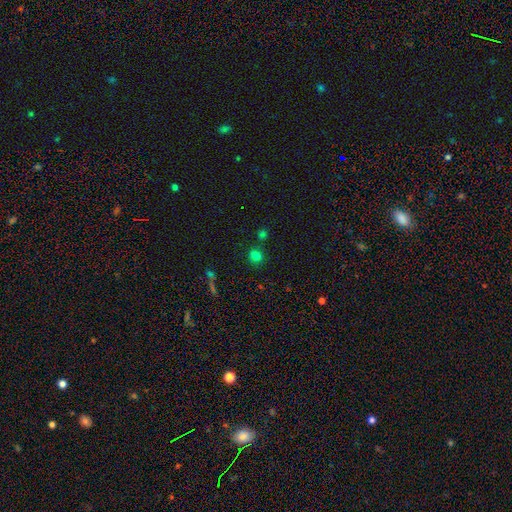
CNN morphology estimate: type=smooth (73%); roundness=round (66%); merging=none (74%).